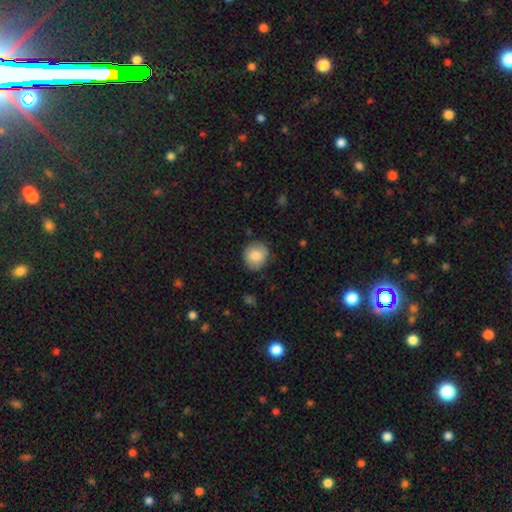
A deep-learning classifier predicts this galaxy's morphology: This appears to be a smooth galaxy with no disk features (83%) that is round (85%). Merging: none (83%).